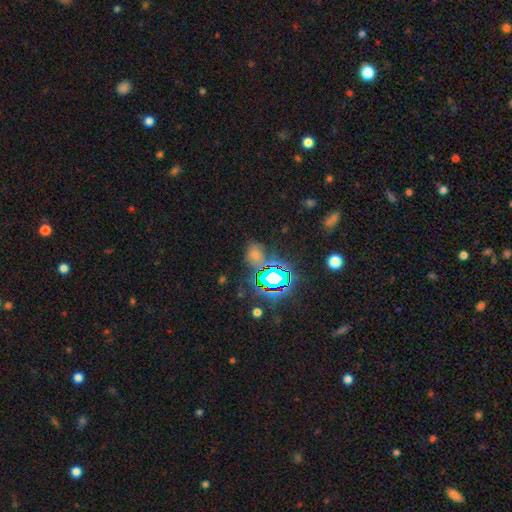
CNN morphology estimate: This is possibly a star or artifact rather than a galaxy (46%).